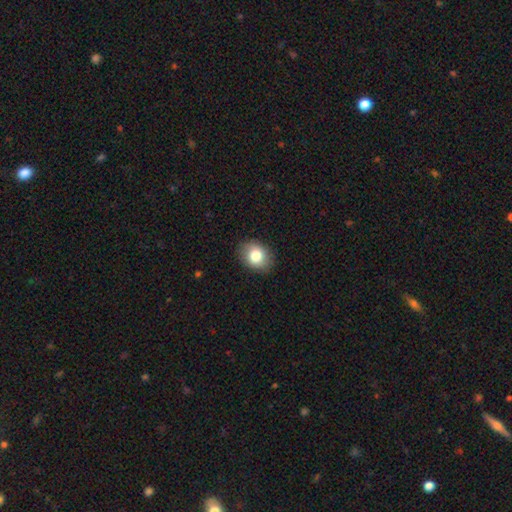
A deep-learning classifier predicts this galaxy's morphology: Smooth or featured?
  - smooth: 81% *
  - featured or disk: 10%
  - star or artifact: 8%
How rounded?
  - in between: 60% *
  - round: 39%
  - cigar-shaped: 1%
Merging?
  - none: 87% *
  - minor disturbance: 10%
  - major disturbance: 2%
  - merger: 1%